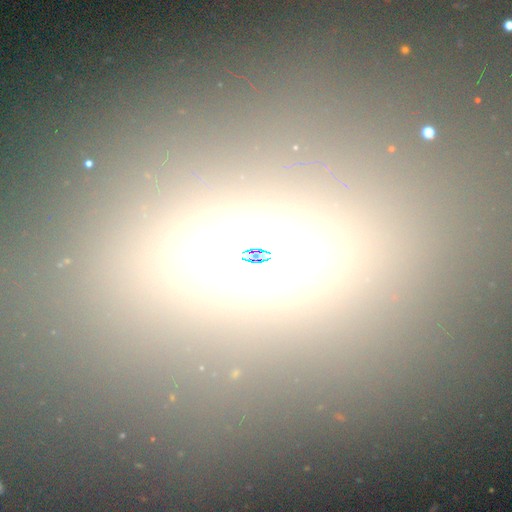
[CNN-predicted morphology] A star or artifact, not a galaxy (37%).

Vote fractions:
- Smooth or featured? star or artifact: 37% / featured or disk: 32% / smooth: 31%